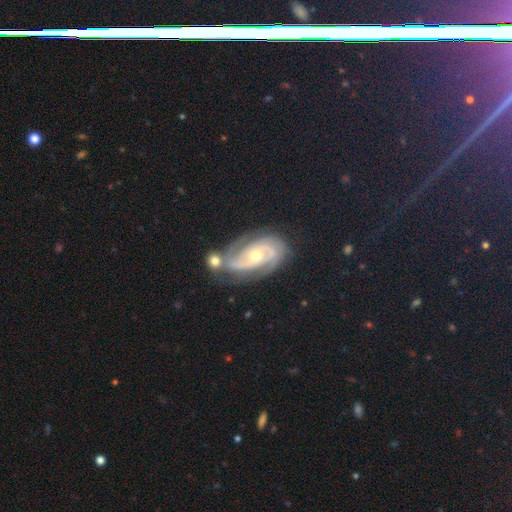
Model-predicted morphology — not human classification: A featured or disk galaxy (89%) with no bar (59%), 2 (62%) tight (56%) spiral arms (97%) and a moderate central bulge (60%). Merging: none (57%).